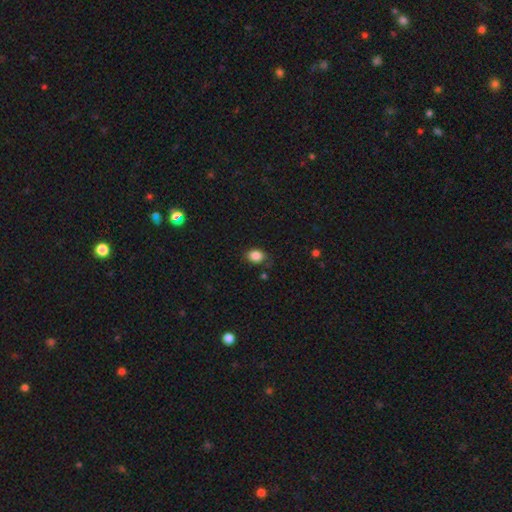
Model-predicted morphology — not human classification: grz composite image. It shows a smooth galaxy with no disk features (86%) that is in between round and cigar-shaped (69%). Merging: none (79%).